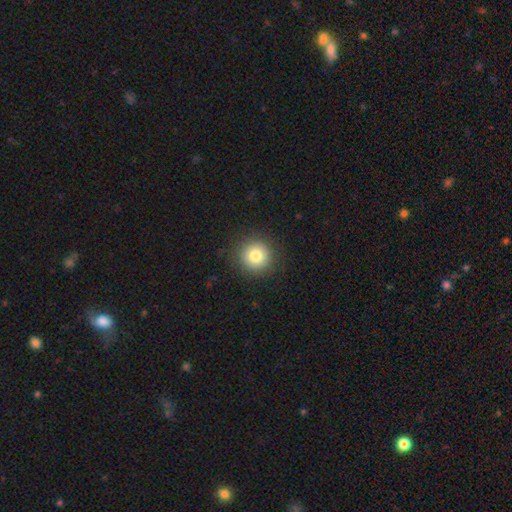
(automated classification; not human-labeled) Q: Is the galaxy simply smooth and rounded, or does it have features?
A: smooth — 80%.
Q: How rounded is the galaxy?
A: round — 94%.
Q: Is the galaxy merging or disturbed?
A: none — 89%.